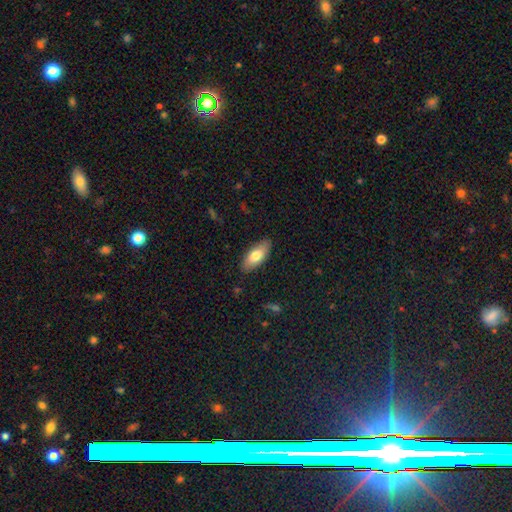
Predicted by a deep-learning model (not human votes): This is likely a smooth galaxy (76%). How rounded: clearly in between (85%). Merging: clearly none (86%).